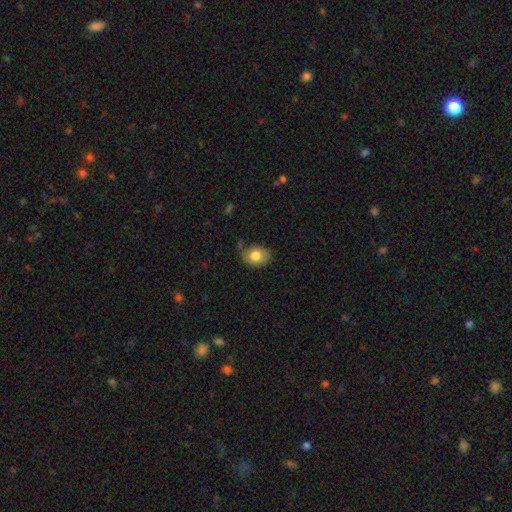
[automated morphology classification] type=smooth (81%); roundness=in between (60%); merging=none (73%).